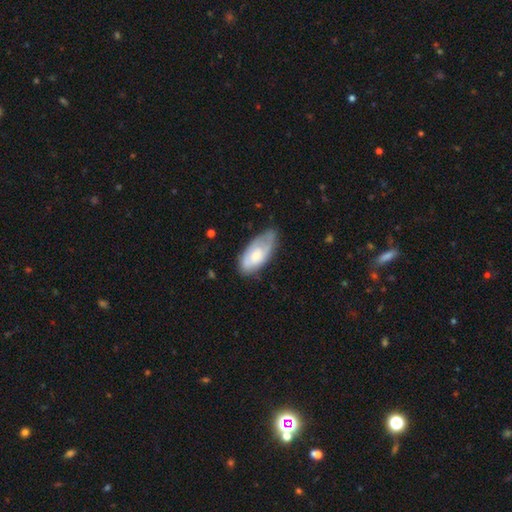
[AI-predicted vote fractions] Smooth or featured: featured or disk — 50% (smooth — 44%)
Edge-on disk: no — 91% (yes — 9%)
Merging: none — 57% (minor disturbance — 31%)